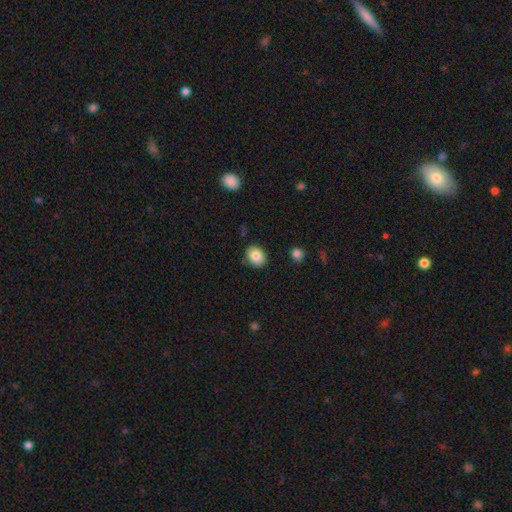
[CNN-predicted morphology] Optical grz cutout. It shows a smooth galaxy with no disk features (84%) that is round (56%). Merging: none (88%).